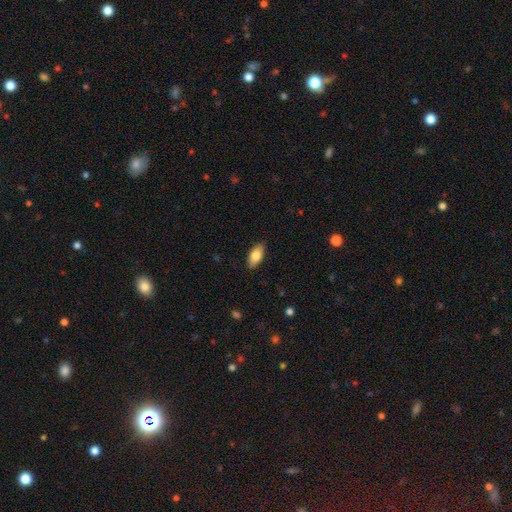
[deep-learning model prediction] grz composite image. It shows a smooth galaxy with no disk features (78%) that is in between round and cigar-shaped (89%). Merging: none (87%).